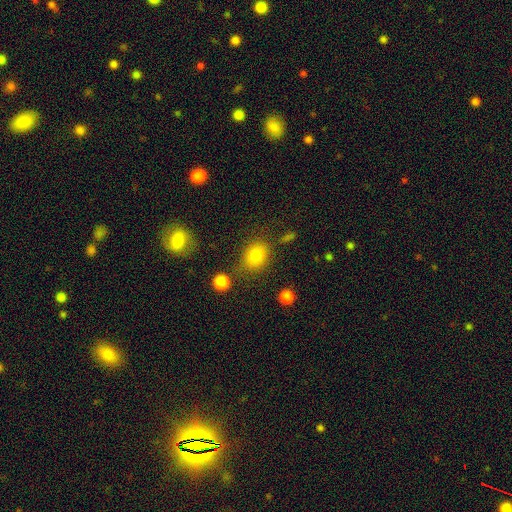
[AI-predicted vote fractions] Morphology: type=smooth (81%); roundness=in between (52%); merging=none (71%).